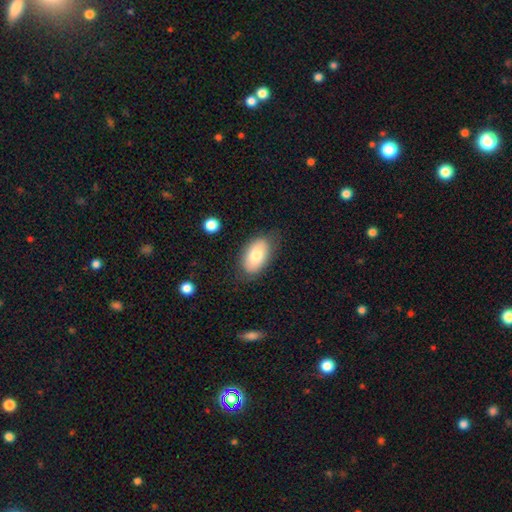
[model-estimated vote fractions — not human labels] smooth-or-featured: smooth: 75% | featured or disk: 18% | star or artifact: 7%
  how-rounded: in between: 93% | round: 5% | cigar-shaped: 2%
  merging: none: 78% | minor disturbance: 16% | major disturbance: 4% | merger: 2%